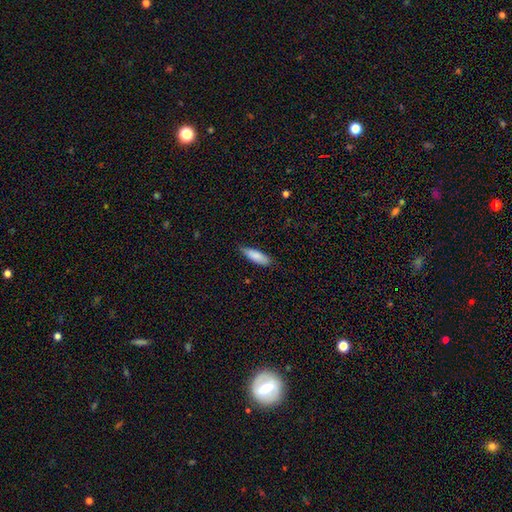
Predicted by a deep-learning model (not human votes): Smooth or featured?
  - smooth: 84% *
  - featured or disk: 10%
  - star or artifact: 6%
How rounded?
  - in between: 52% *
  - cigar-shaped: 47%
  - round: 2%
Merging?
  - none: 75% *
  - minor disturbance: 21%
  - major disturbance: 3%
  - merger: 1%